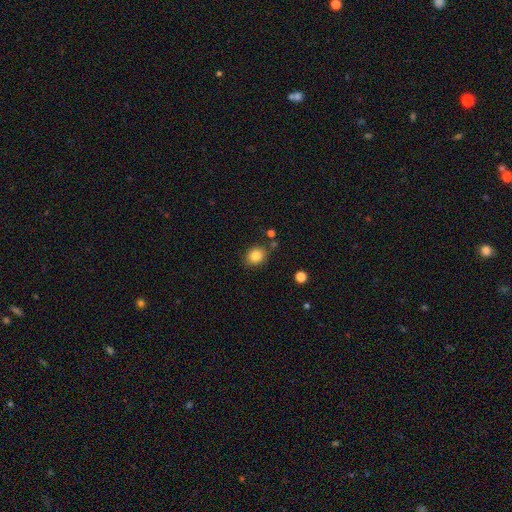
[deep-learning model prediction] smooth 84%, star or artifact 10%, featured or disk 6%. Down the decision tree: how rounded — round (64%); merging — none (81%).